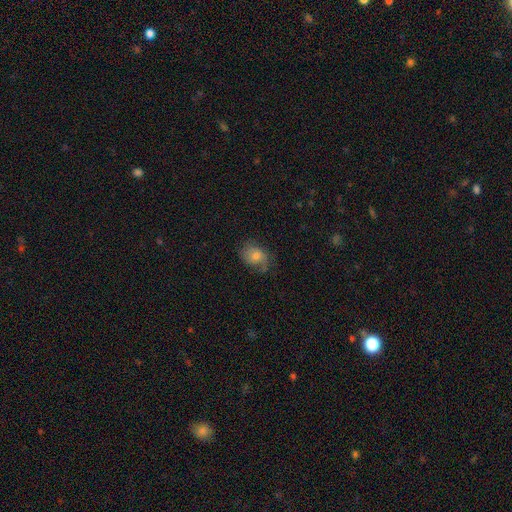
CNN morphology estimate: This appears to be a smooth galaxy with no disk features (55%) that is in between round and cigar-shaped (60%). Merging: none (64%).